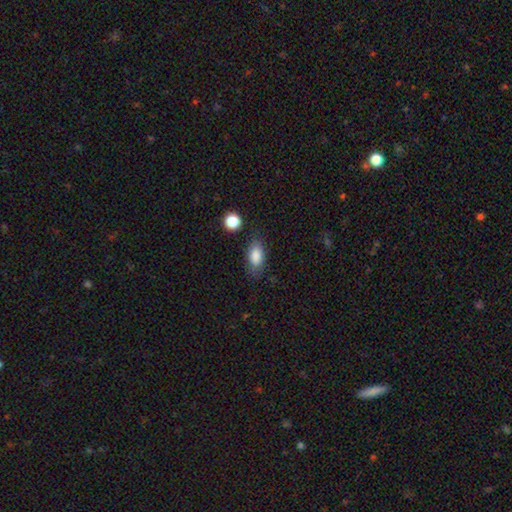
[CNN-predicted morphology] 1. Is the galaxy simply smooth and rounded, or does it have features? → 85% smooth, 8% star or artifact, 7% featured or disk.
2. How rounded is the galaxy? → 88% in between, 7% round, 5% cigar-shaped.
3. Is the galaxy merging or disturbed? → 73% none, 18% minor disturbance, 6% major disturbance, 3% merger.